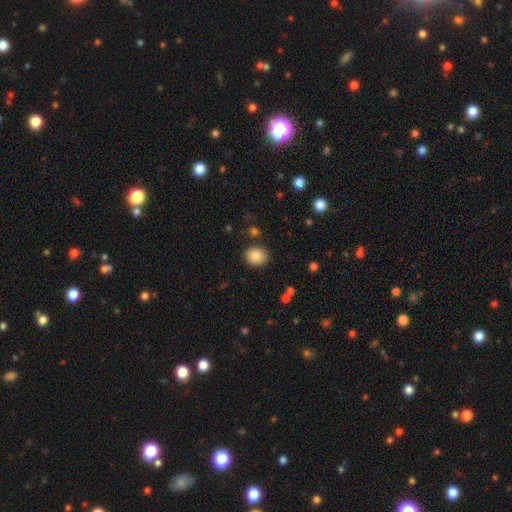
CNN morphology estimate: smooth_or_featured: smooth (p=0.87) [alt: star or artifact p=0.09]
how_rounded: round (p=0.70) [alt: in between p=0.29]
merging: none (p=0.86) [alt: minor disturbance p=0.09]